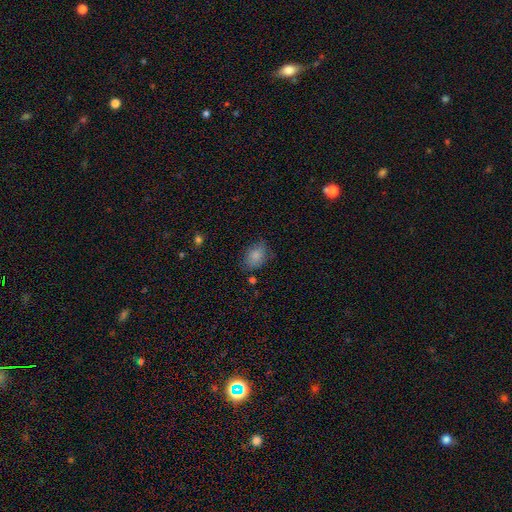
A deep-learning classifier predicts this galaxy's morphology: smooth_or_featured: smooth (p=0.83) [alt: star or artifact p=0.09]
how_rounded: in between (p=0.78) [alt: round p=0.21]
merging: none (p=0.70) [alt: minor disturbance p=0.22]